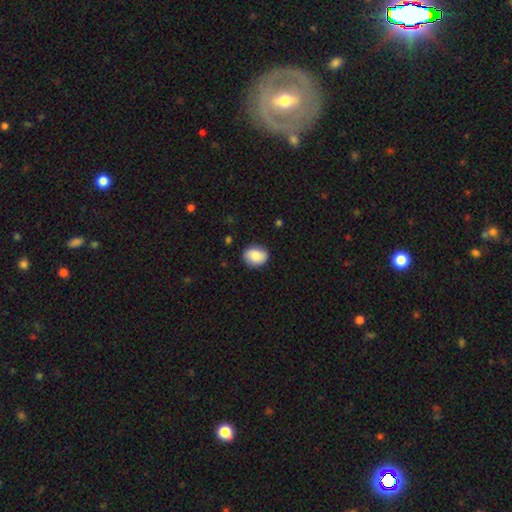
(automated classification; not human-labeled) This appears to be a smooth galaxy with no disk features (85%) that is in between round and cigar-shaped (50%). Merging: none (85%).